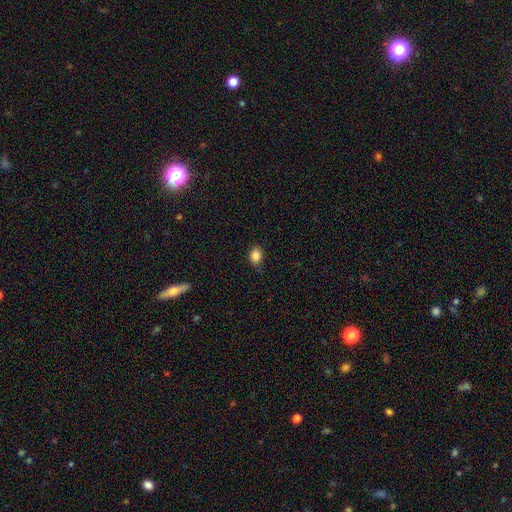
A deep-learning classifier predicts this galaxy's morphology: This is clearly a smooth galaxy (86%). How rounded: possibly in between (52%). Merging: clearly none (80%).